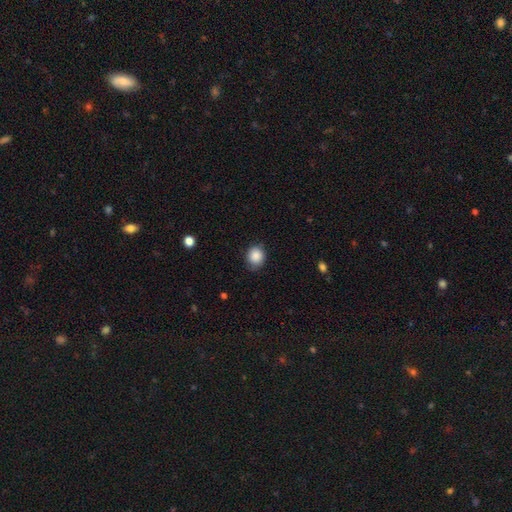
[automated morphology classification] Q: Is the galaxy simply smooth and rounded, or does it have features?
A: smooth — 88%.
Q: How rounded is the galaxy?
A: round — 73%.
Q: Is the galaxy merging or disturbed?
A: none — 81%.